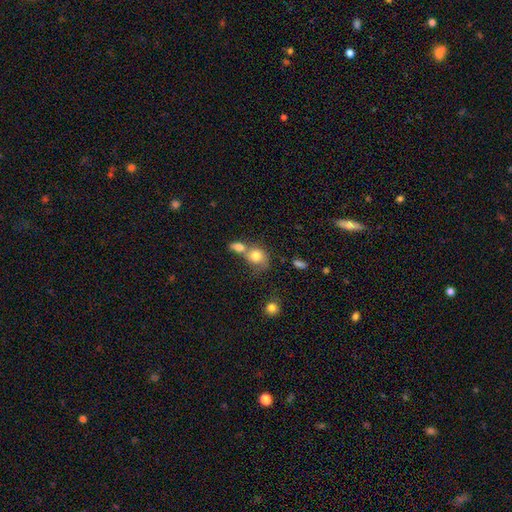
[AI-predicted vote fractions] Smooth or featured?
  - smooth: 79% *
  - featured or disk: 12%
  - star or artifact: 9%
How rounded?
  - round: 63% *
  - in between: 35%
  - cigar-shaped: 1%
Merging?
  - merger: 59% *
  - none: 26%
  - minor disturbance: 10%
  - major disturbance: 6%